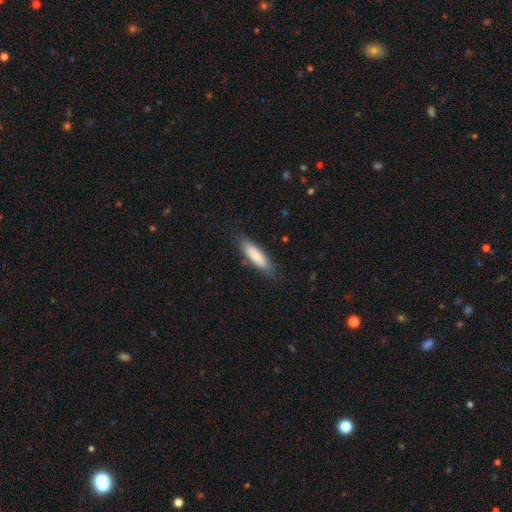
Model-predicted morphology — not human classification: Q: Smooth or featured?
A: smooth (83%); runner-up: featured or disk (11%)
Q: How rounded?
A: cigar-shaped (63%); runner-up: in between (35%)
Q: Merging?
A: none (82%); runner-up: minor disturbance (13%)